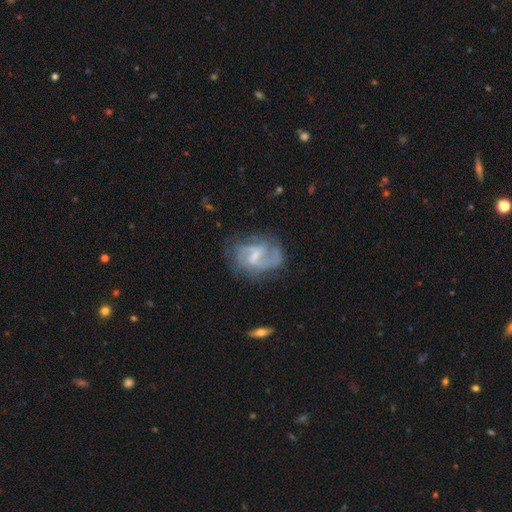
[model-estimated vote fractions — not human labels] Overall: featured or disk (79%). Edge-on disk: no (97%). Bar: weak (56%; strong 27%). Spiral arms: yes (86%). Spiral arm count: 2 (53%; can't tell 23%). Spiral winding: medium (46%; loose 31%). Bulge size: small (44%; moderate 28%). Merging: none (56%; minor disturbance 22%).